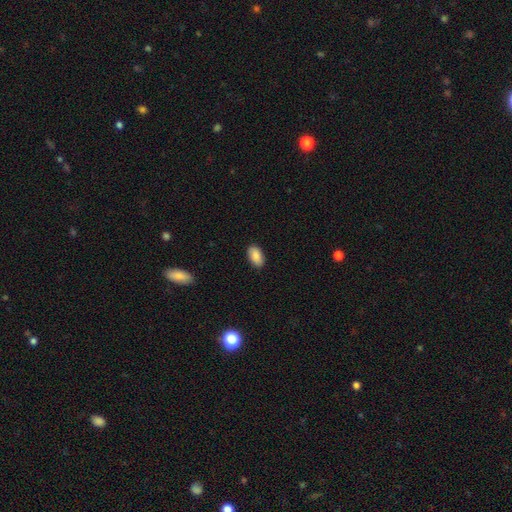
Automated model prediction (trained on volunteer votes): The model was most divided on "merging": none: 88%, minor disturbance: 9%, major disturbance: 2%, merger: 1%. More confident: how rounded — in between (94%); smooth or featured — smooth (88%).